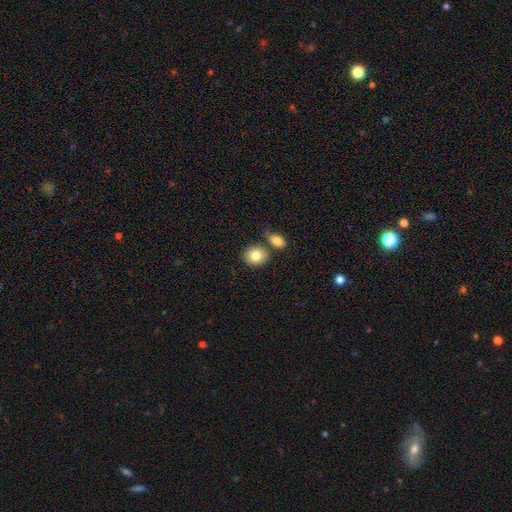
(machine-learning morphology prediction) smooth-or-featured: smooth: 82% | featured or disk: 10% | star or artifact: 8%
  how-rounded: round: 61% | in between: 38% | cigar-shaped: 1%
  merging: none: 66% | merger: 19% | minor disturbance: 11% | major disturbance: 3%